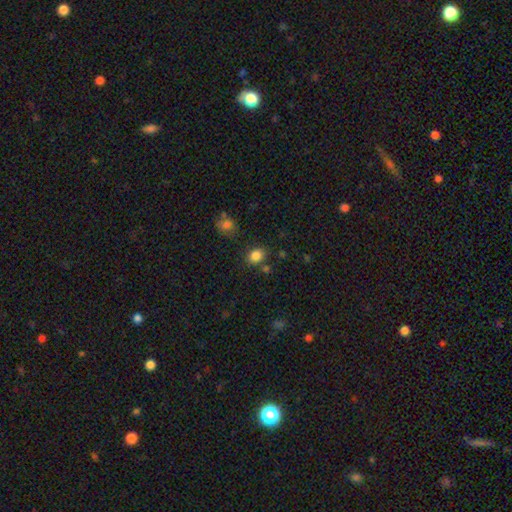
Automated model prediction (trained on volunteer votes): smooth_or_featured: smooth (p=0.84) [alt: star or artifact p=0.11]
how_rounded: round (p=0.50) [alt: in between p=0.49]
merging: none (p=0.78) [alt: minor disturbance p=0.12]